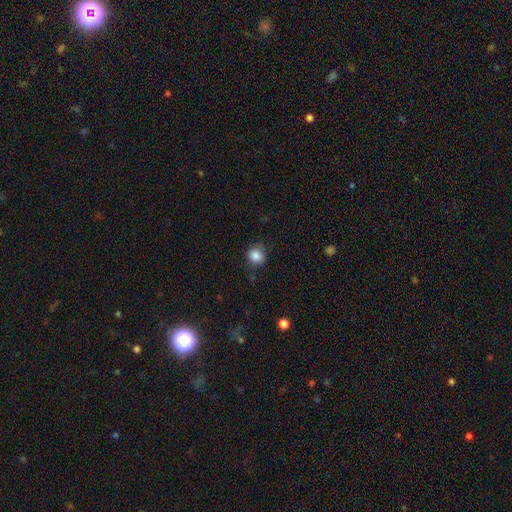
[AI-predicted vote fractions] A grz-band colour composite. It shows a smooth galaxy with no disk features (86%) that is round (79%). Merging: none (78%).